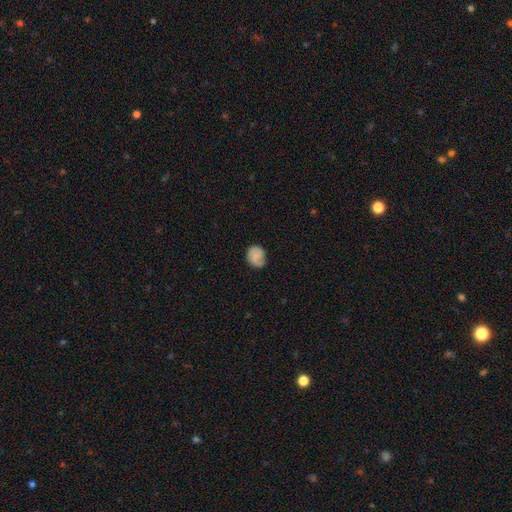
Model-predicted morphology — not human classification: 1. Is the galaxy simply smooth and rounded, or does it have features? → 65% smooth, 26% featured or disk, 9% star or artifact.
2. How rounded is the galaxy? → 61% round, 38% in between, 1% cigar-shaped.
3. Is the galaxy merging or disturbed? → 70% none, 22% minor disturbance, 6% major disturbance, 1% merger.